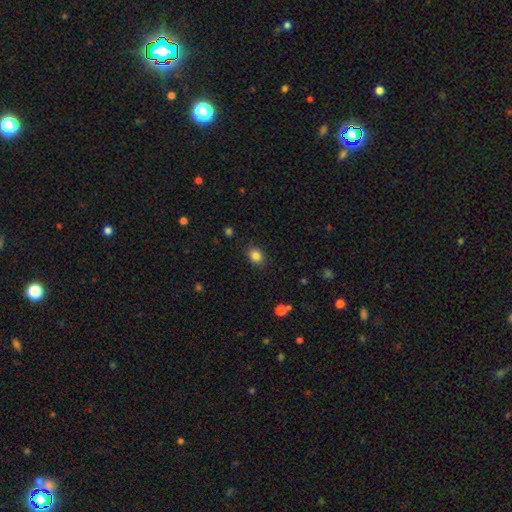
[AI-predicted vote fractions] Smooth or featured: smooth — 85% (star or artifact — 10%)
How rounded: in between — 51% (round — 48%)
Merging: none — 86% (minor disturbance — 10%)